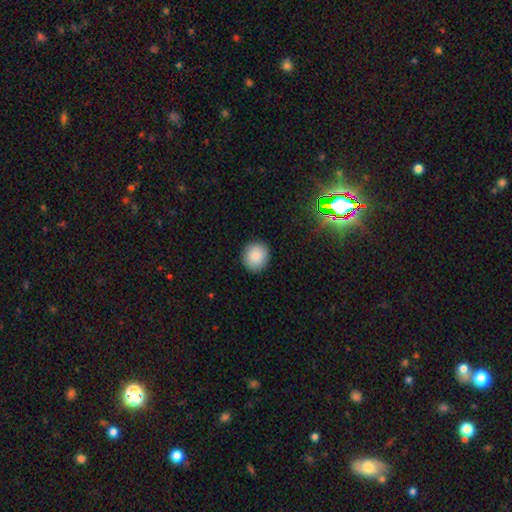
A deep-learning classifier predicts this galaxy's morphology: smooth-or-featured: smooth: 87% | star or artifact: 9% | featured or disk: 5%
  how-rounded: round: 86% | in between: 13% | cigar-shaped: 1%
  merging: none: 91% | minor disturbance: 7% | major disturbance: 2% | merger: 1%